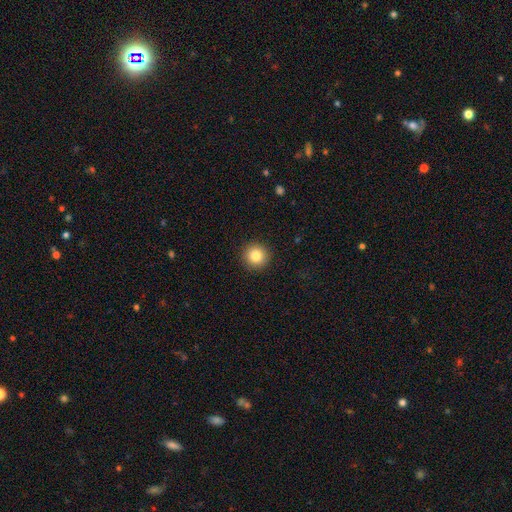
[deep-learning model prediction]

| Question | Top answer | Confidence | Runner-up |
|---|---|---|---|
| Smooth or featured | smooth | 84% | star or artifact (10%) |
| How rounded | round | 95% | in between (4%) |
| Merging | none | 92% | minor disturbance (5%) |